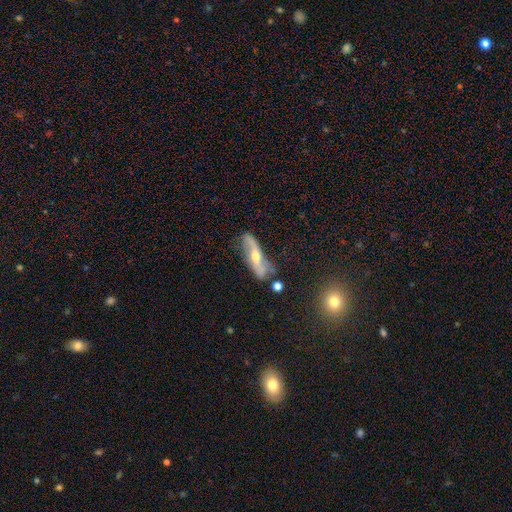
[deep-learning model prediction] featured or disk 68%, smooth 25%, star or artifact 7%. Down the decision tree: edge-on disk — no (65%); merging — none (61%).